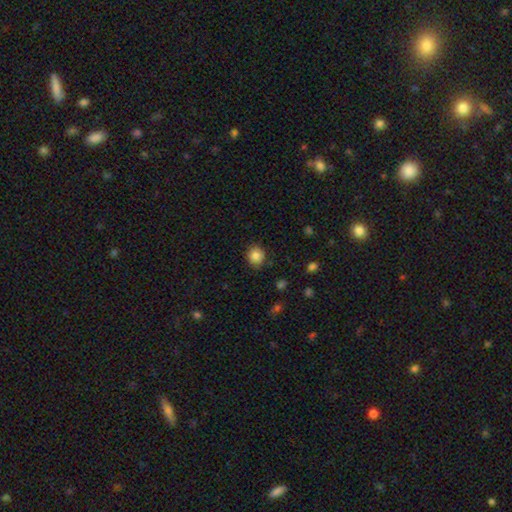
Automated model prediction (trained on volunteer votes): Smooth or featured? smooth (84%)
How rounded? round (85%)
Merging? none (89%)